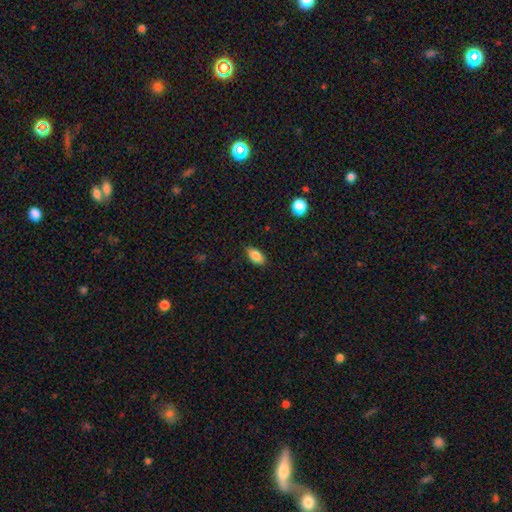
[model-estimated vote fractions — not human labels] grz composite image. It shows a smooth galaxy with no disk features (86%) that is in between round and cigar-shaped (90%). Merging: none (83%).